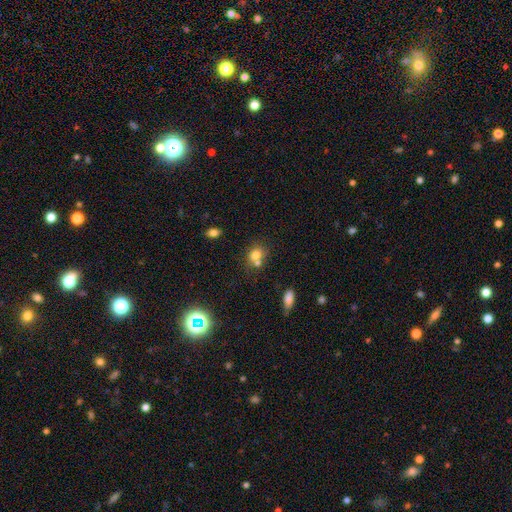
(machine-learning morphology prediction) This is likely a smooth galaxy (73%). How rounded: likely round (67%). Merging: possibly none (45%).